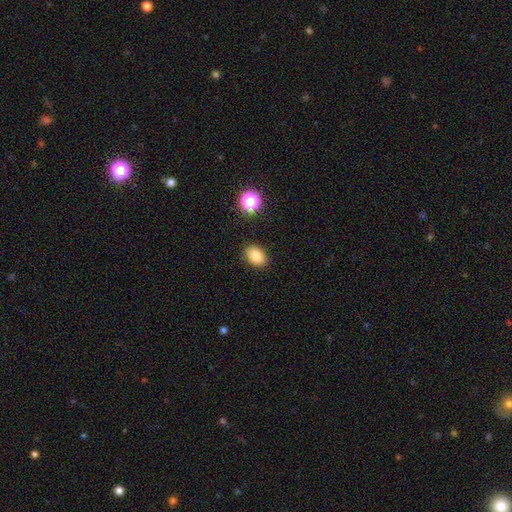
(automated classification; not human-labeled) Q: Smooth or featured?
A: smooth (84%); runner-up: star or artifact (11%)
Q: How rounded?
A: in between (75%); runner-up: round (24%)
Q: Merging?
A: none (86%); runner-up: minor disturbance (9%)